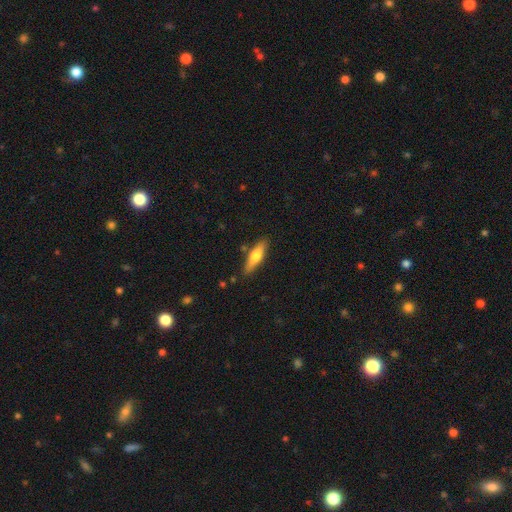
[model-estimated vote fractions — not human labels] Morphology: type=smooth (58%); roundness=cigar-shaped (64%); merging=none (82%).